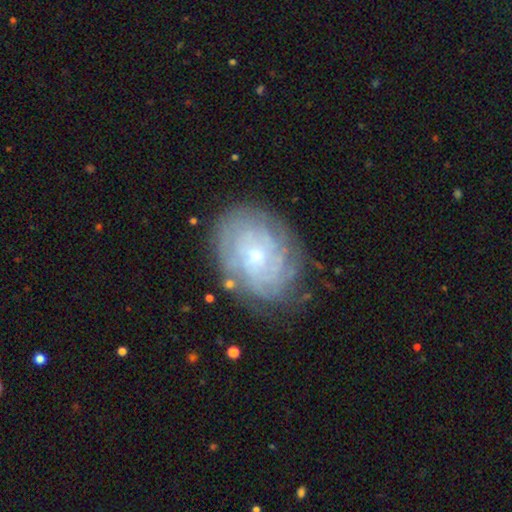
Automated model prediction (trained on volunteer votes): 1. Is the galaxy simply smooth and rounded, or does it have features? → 76% featured or disk, 17% smooth, 7% star or artifact.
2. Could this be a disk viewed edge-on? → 97% no, 3% yes.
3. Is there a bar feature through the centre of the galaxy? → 76% no, 20% weak, 3% strong.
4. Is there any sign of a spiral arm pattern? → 88% yes, 12% no.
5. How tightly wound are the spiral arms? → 76% tight, 18% medium, 6% loose.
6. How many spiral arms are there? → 54% can't tell, 14% 4, 10% more than 4, 9% 3, 8% 2, 5% 1.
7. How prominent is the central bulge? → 68% small, 28% moderate, 2% none, 2% large, 1% dominant.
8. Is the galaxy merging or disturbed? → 75% none, 17% minor disturbance, 6% major disturbance, 2% merger.